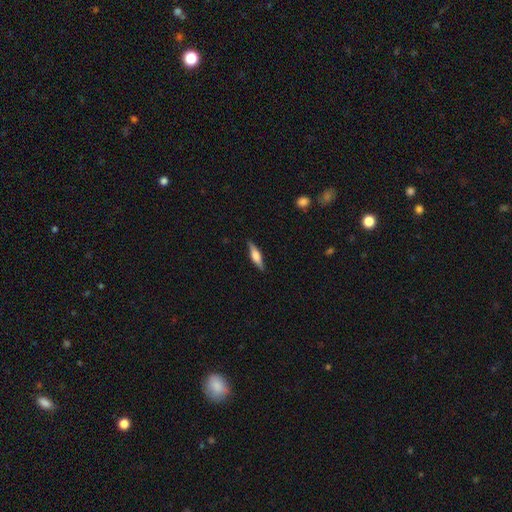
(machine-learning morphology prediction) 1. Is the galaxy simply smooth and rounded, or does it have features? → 48% smooth, 46% featured or disk, 6% star or artifact.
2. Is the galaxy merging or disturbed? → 86% none, 10% minor disturbance, 2% major disturbance, 1% merger.